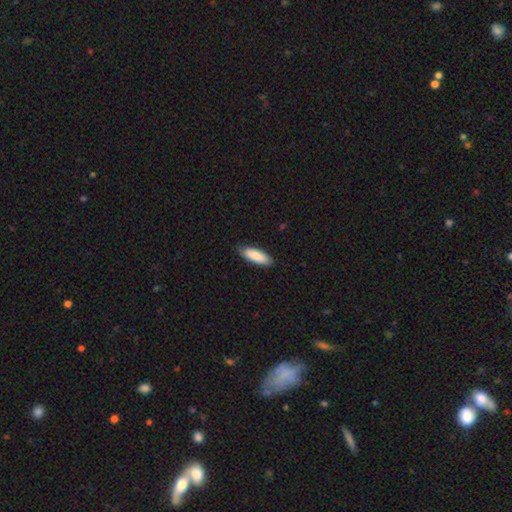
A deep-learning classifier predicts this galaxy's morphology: Q: Smooth or featured?
A: smooth (87%); runner-up: featured or disk (8%)
Q: How rounded?
A: in between (60%); runner-up: cigar-shaped (39%)
Q: Merging?
A: none (85%); runner-up: minor disturbance (12%)